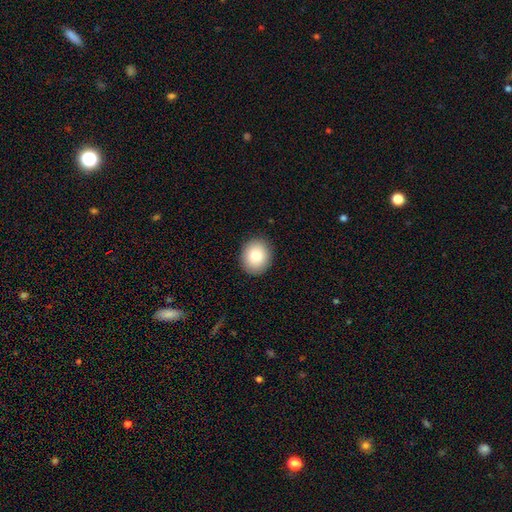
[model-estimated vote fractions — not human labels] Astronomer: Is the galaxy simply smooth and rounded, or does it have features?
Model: smooth — 83%.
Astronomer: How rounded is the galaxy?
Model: round — 70%.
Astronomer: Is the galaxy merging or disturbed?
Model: none — 91%.